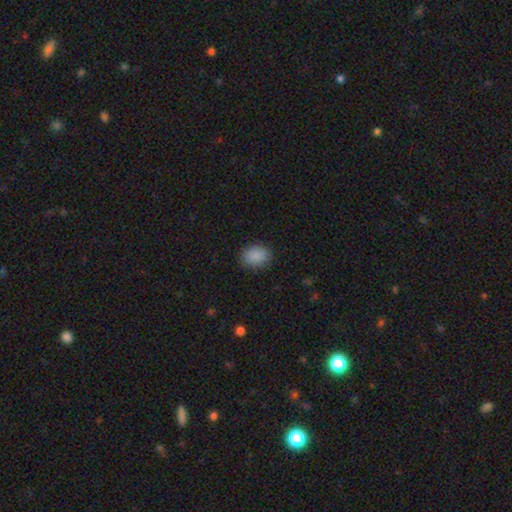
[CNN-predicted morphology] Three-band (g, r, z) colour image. It shows a smooth galaxy with no disk features (88%) that is in between round and cigar-shaped (60%). Merging: none (87%).